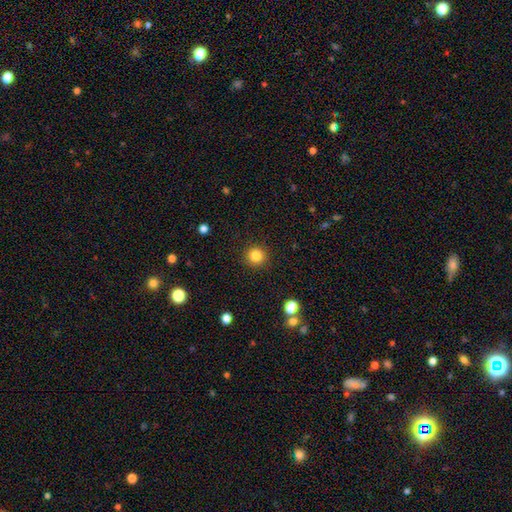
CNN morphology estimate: Smooth or featured? smooth (84%)
How rounded? round (94%)
Merging? none (91%)